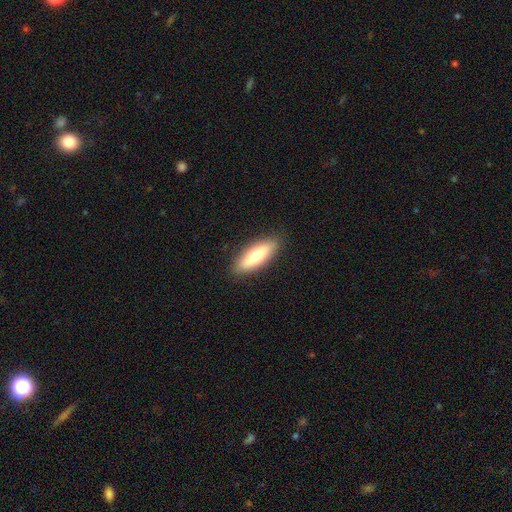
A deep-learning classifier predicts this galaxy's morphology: smooth_or_featured: smooth (p=0.69) [alt: featured or disk p=0.25]
how_rounded: in between (p=0.54) [alt: cigar-shaped p=0.44]
merging: none (p=0.88) [alt: minor disturbance p=0.09]